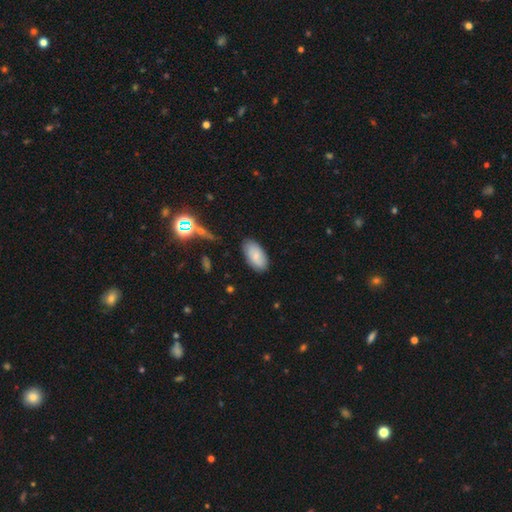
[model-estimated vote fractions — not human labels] Q: Smooth or featured?
A: smooth (74%); runner-up: featured or disk (19%)
Q: How rounded?
A: in between (94%); runner-up: round (3%)
Q: Merging?
A: none (82%); runner-up: minor disturbance (14%)